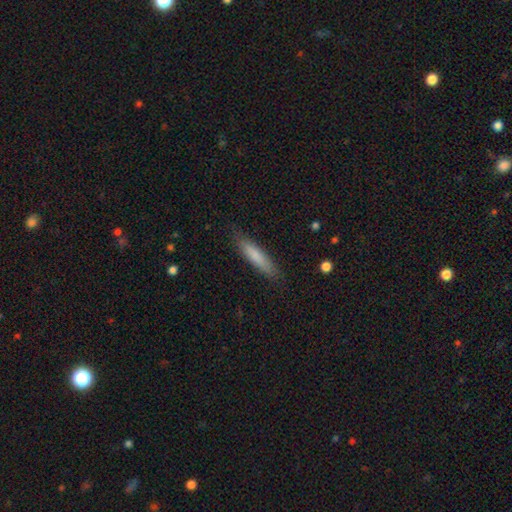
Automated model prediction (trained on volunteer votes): Smooth or featured: smooth — 78% (featured or disk — 16%)
How rounded: cigar-shaped — 84% (in between — 15%)
Merging: none — 85% (minor disturbance — 11%)